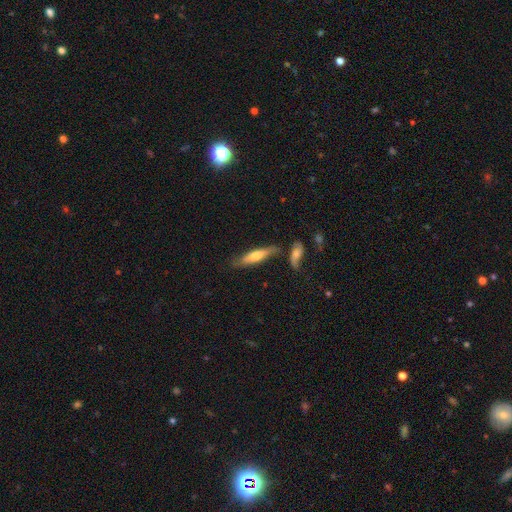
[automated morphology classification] This is possibly a smooth galaxy (55%). How rounded: likely cigar-shaped (75%). Merging: likely none (68%).